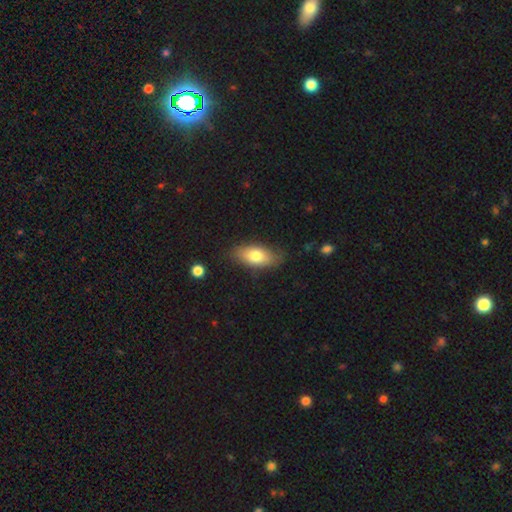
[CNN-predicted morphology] A smooth galaxy with no disk features (75%) that is in between round and cigar-shaped (86%).

Vote fractions:
- Smooth or featured? smooth: 75% / featured or disk: 18% / star or artifact: 7%
- How rounded? in between: 86% / cigar-shaped: 10% / round: 4%
- Merging? none: 77% / minor disturbance: 17% / major disturbance: 4% / merger: 2%